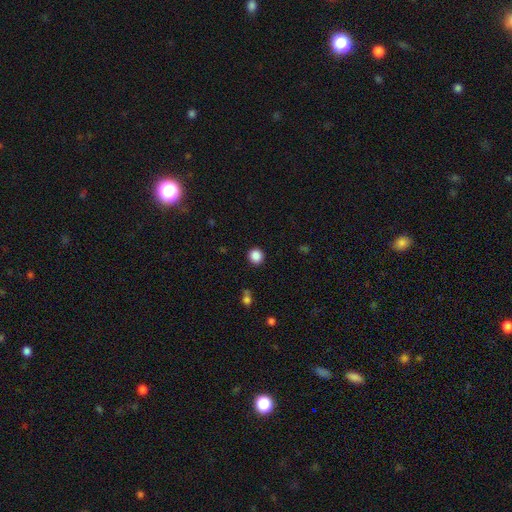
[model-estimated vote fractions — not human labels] Smooth or featured? smooth (87%)
How rounded? round (89%)
Merging? none (91%)